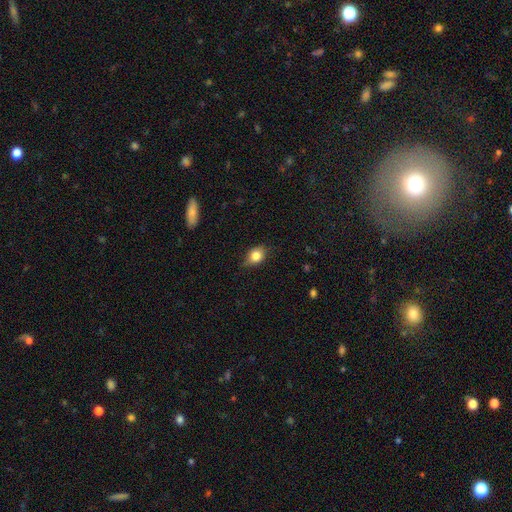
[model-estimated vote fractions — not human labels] Smooth or featured? Predicted: smooth (p=0.78). How rounded? Predicted: in between (p=0.59). Merging? Predicted: none (p=0.66).